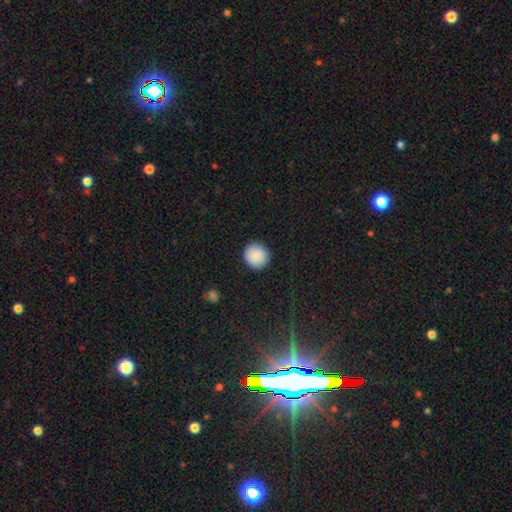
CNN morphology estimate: Smooth or featured? smooth (90%)
How rounded? round (94%)
Merging? none (92%)